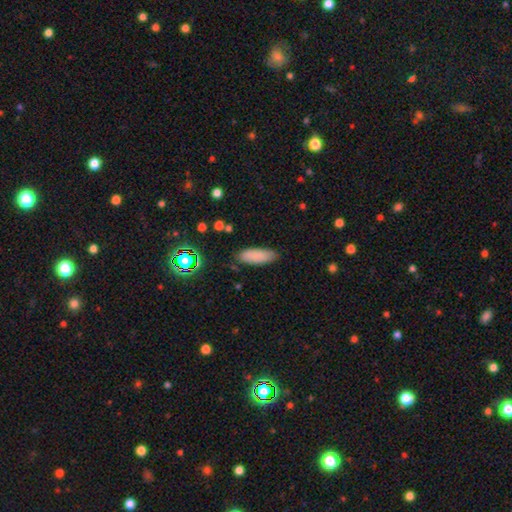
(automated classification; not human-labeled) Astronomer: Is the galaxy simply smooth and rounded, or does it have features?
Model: smooth — 84%.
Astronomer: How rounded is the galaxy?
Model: in between — 68%.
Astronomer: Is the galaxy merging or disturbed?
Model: none — 83%.